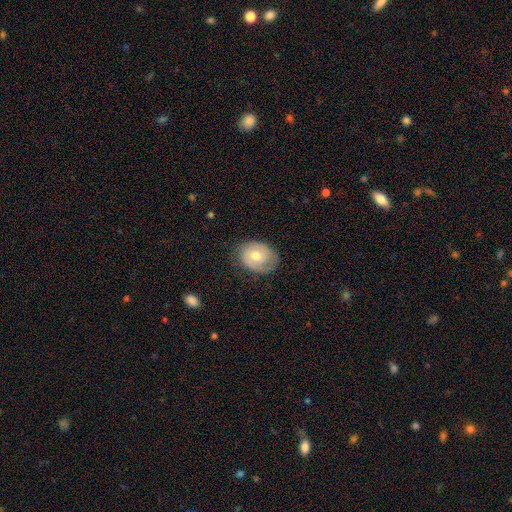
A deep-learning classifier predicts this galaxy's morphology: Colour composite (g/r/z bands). It shows a smooth galaxy with no disk features (52%) that is in between round and cigar-shaped (51%). Merging: none (70%).